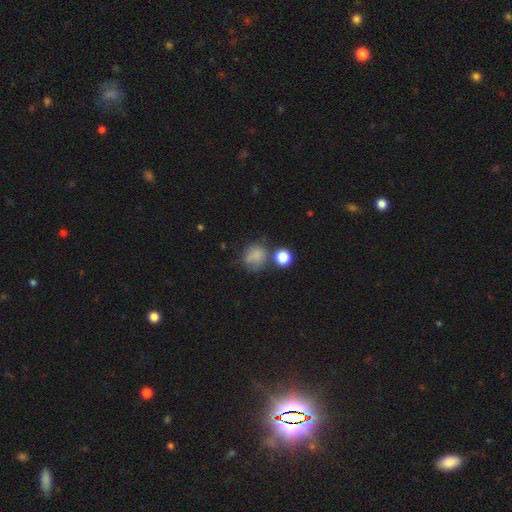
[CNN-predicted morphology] Overall: smooth (74%). How rounded: round (73%). Merging: none (48%; minor disturbance 24%).